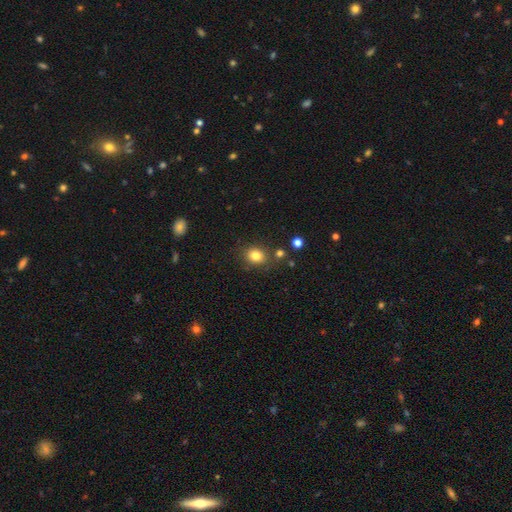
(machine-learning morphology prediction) smooth 81%, star or artifact 12%, featured or disk 7%. Down the decision tree: how rounded — round (59%); merging — none (78%).